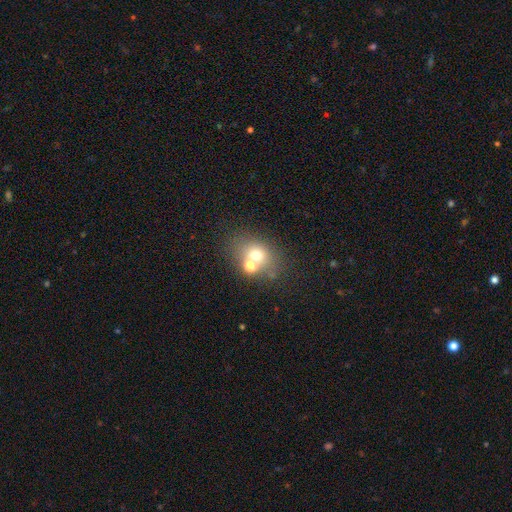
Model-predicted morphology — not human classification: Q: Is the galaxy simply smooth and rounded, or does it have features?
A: smooth — 63%.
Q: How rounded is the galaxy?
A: round — 59%.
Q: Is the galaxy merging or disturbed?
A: none — 55%.